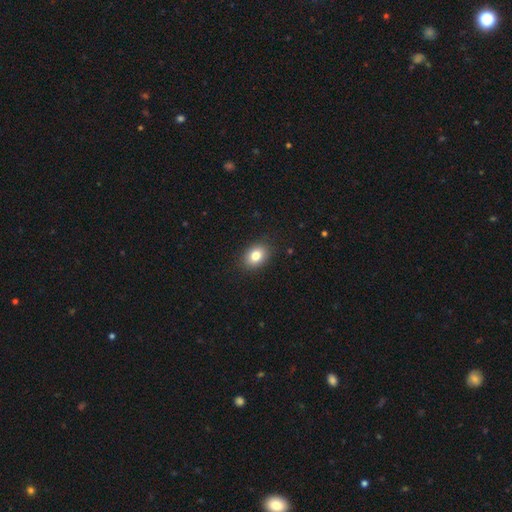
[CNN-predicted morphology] Q: Smooth or featured?
A: smooth (81%); runner-up: star or artifact (9%)
Q: How rounded?
A: in between (68%); runner-up: round (31%)
Q: Merging?
A: none (88%); runner-up: minor disturbance (9%)